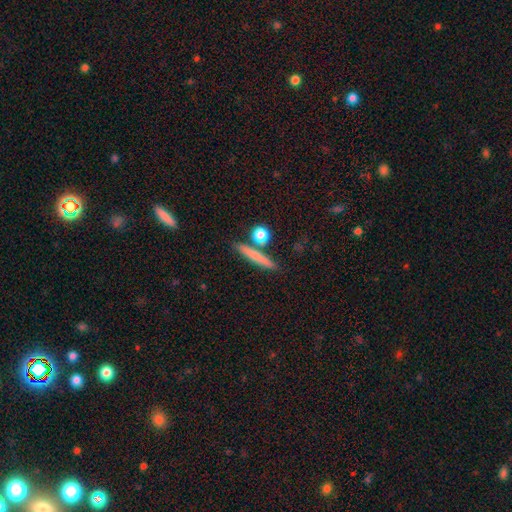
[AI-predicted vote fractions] This appears to be a smooth galaxy with no disk features (68%) that is cigar-shaped (83%). Merging: none (78%).